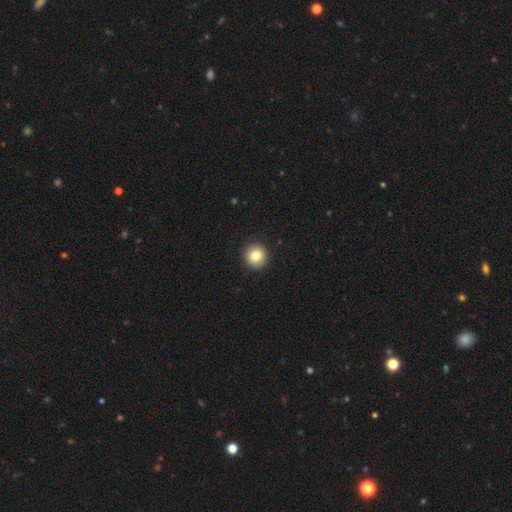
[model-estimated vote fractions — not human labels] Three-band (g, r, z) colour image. It shows a smooth galaxy with no disk features (83%) that is round (92%). Merging: none (91%).